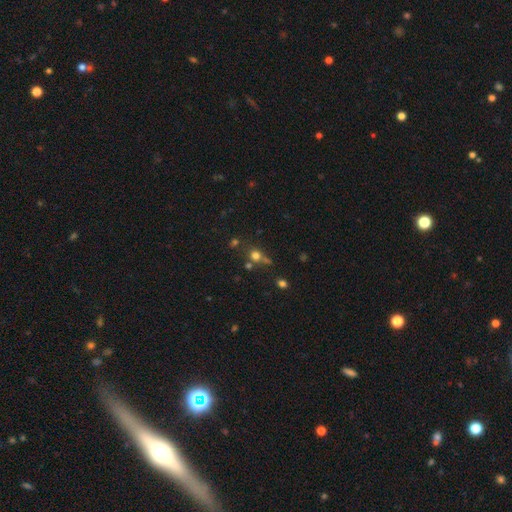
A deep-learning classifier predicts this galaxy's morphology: Q: Smooth or featured?
A: smooth (66%); runner-up: star or artifact (23%)
Q: How rounded?
A: round (84%); runner-up: in between (14%)
Q: Merging?
A: none (58%); runner-up: merger (24%)